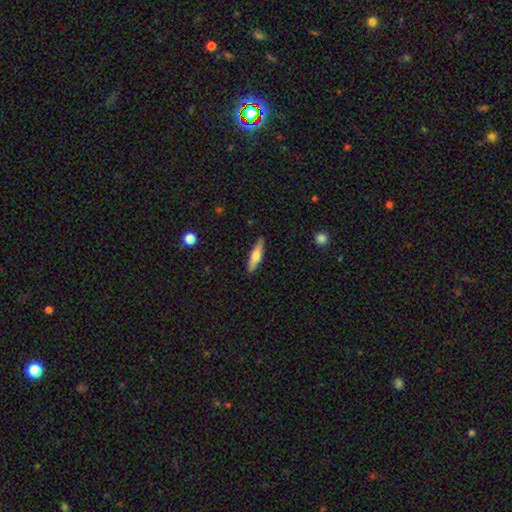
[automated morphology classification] smooth 55%, featured or disk 39%, star or artifact 6%. Down the decision tree: how rounded — cigar-shaped (77%); merging — none (88%).